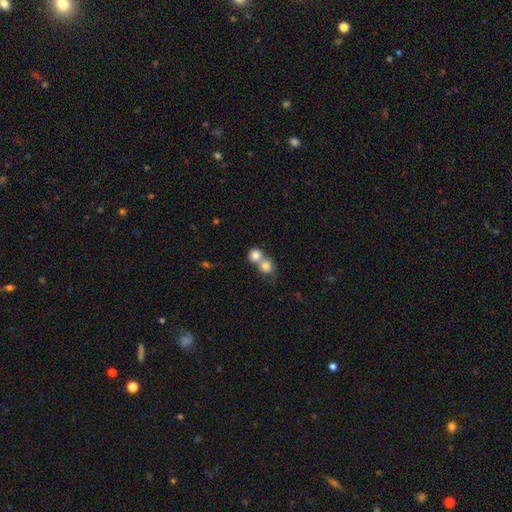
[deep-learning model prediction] Smooth or featured?
  - smooth: 80% *
  - featured or disk: 11%
  - star or artifact: 9%
How rounded?
  - round: 84% *
  - in between: 15%
  - cigar-shaped: 1%
Merging?
  - merger: 61% *
  - none: 31%
  - minor disturbance: 5%
  - major disturbance: 3%